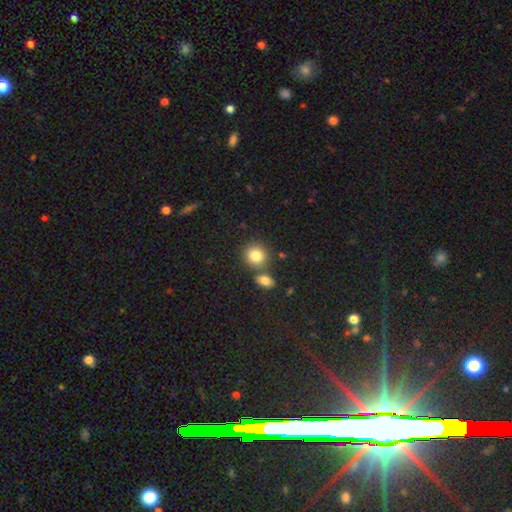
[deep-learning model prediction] Smooth or featured? Predicted: smooth (p=0.83). How rounded? Predicted: round (p=0.83). Merging? Predicted: none (p=0.67).